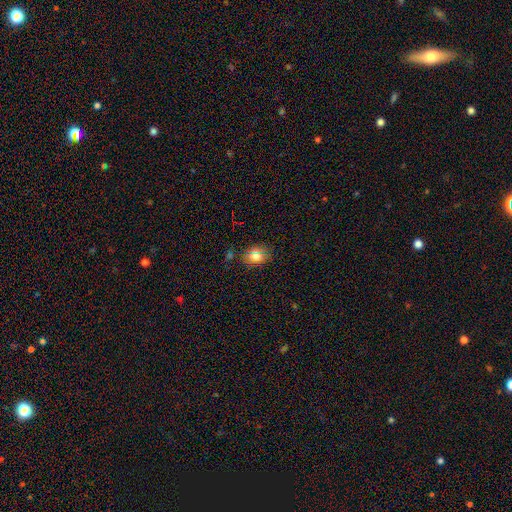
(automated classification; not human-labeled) Morphology: type=smooth (73%); roundness=in between (64%); merging=none (80%).